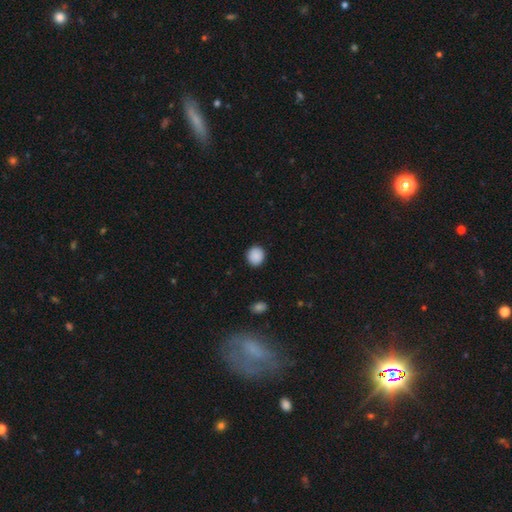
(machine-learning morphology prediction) A smooth galaxy with no disk features (89%) that is round (81%). Merging: none (91%).